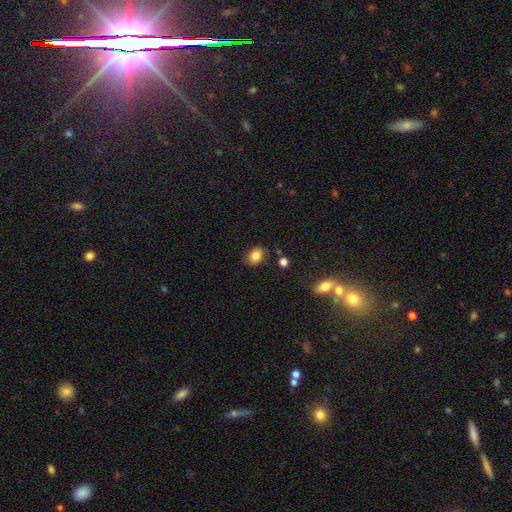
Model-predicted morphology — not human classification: This is clearly a smooth galaxy (85%). How rounded: likely in between (64%). Merging: clearly none (81%).